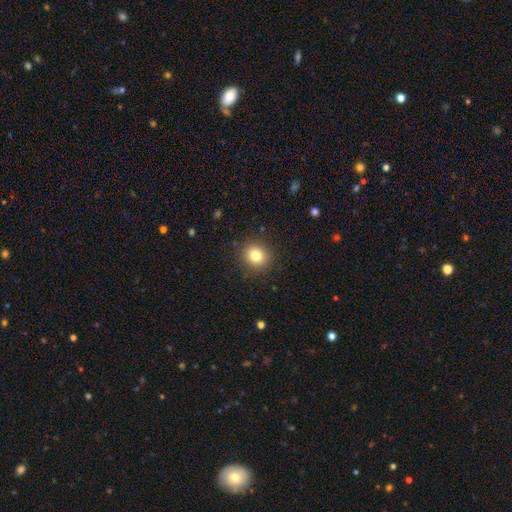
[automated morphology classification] This is clearly a smooth galaxy (80%). How rounded: clearly round (82%). Merging: clearly none (89%).